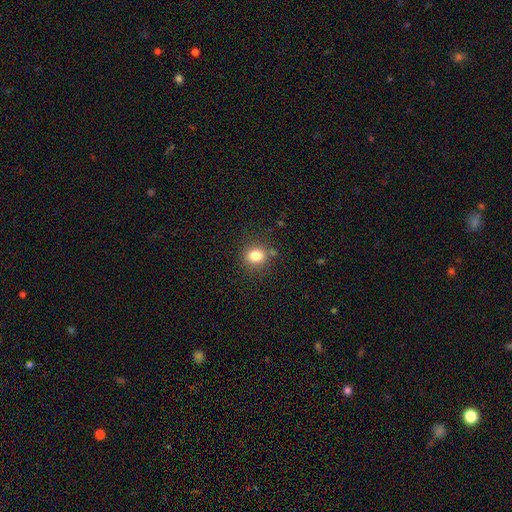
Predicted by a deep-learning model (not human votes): Smooth or featured? smooth (81%)
How rounded? round (74%)
Merging? none (82%)